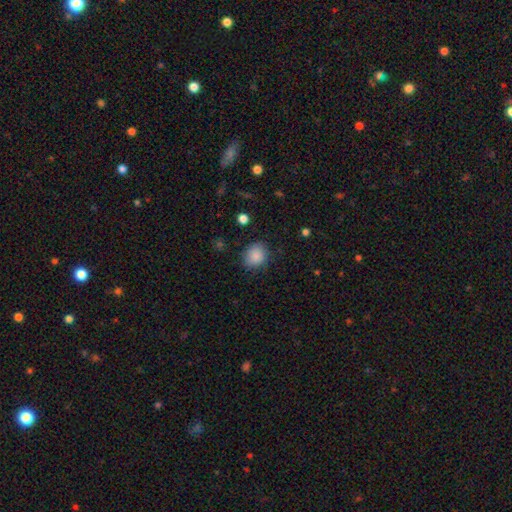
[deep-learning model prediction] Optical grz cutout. It shows a smooth galaxy with no disk features (87%) that is round (62%). Merging: none (79%).